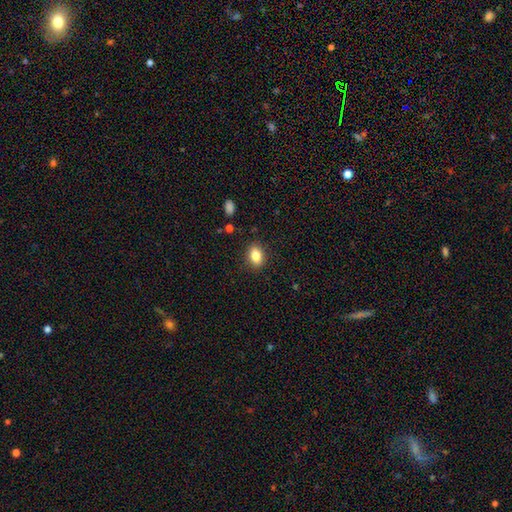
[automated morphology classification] smooth-or-featured: smooth: 83% | star or artifact: 9% | featured or disk: 8%
  how-rounded: in between: 78% | round: 20% | cigar-shaped: 2%
  merging: none: 87% | minor disturbance: 9% | major disturbance: 2% | merger: 1%